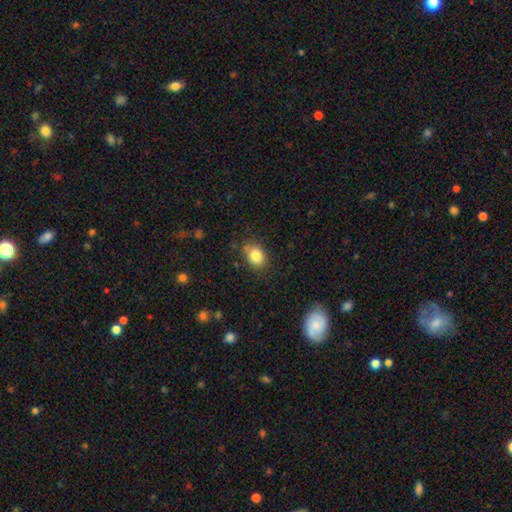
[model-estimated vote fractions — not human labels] smooth_or_featured: smooth (p=0.83) [alt: star or artifact p=0.09]
how_rounded: in between (p=0.62) [alt: round p=0.36]
merging: none (p=0.77) [alt: minor disturbance p=0.17]